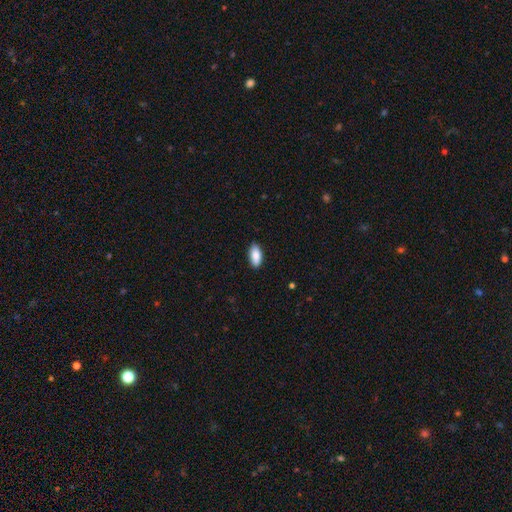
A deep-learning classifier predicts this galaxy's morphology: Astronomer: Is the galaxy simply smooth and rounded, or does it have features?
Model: smooth — 87%.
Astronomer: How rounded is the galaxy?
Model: in between — 88%.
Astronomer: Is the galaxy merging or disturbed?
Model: none — 89%.